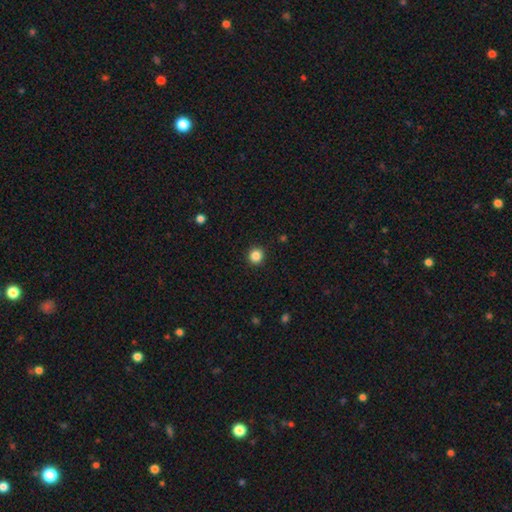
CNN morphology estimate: The model was most divided on "smooth or featured": smooth: 86%, star or artifact: 11%, featured or disk: 3%. More confident: how rounded — round (92%); merging — none (92%).